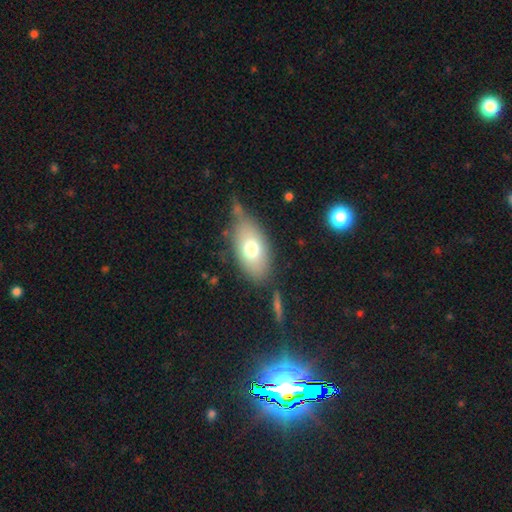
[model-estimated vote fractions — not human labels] Overall: smooth (72%). How rounded: in between (89%). Merging: none (65%).